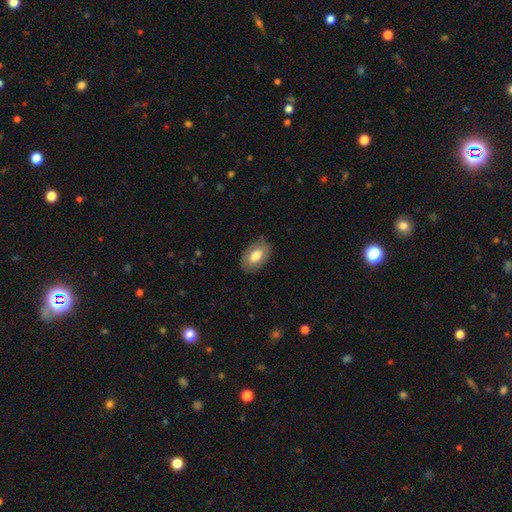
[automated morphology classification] Q: Smooth or featured?
A: smooth (74%); runner-up: featured or disk (20%)
Q: How rounded?
A: in between (90%); runner-up: round (8%)
Q: Merging?
A: none (82%); runner-up: minor disturbance (14%)